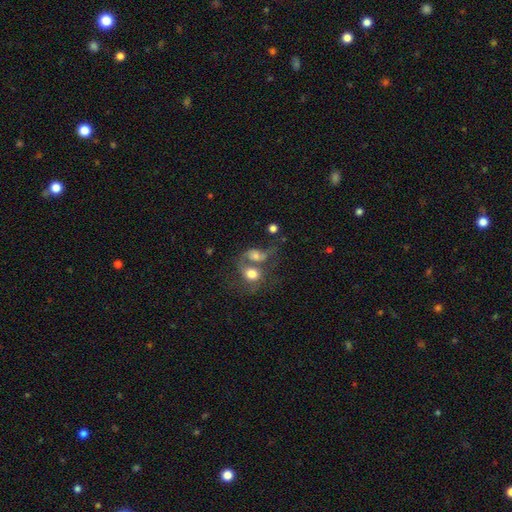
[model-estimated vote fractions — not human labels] Smooth or featured: featured or disk — 45% (smooth — 44%)
Merging: merger — 66% (none — 15%)